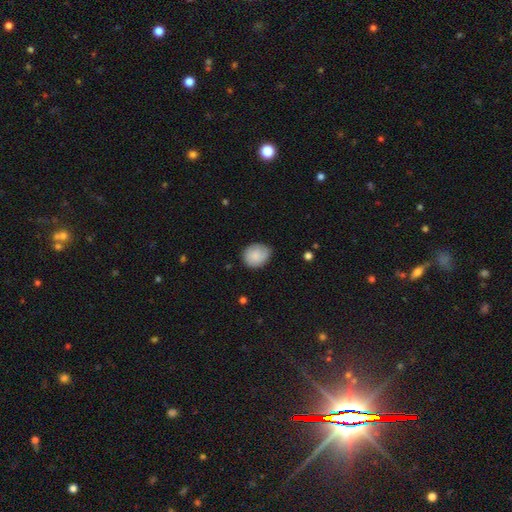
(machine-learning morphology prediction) Q: Smooth or featured?
A: smooth (80%); runner-up: featured or disk (13%)
Q: How rounded?
A: round (63%); runner-up: in between (37%)
Q: Merging?
A: none (69%); runner-up: minor disturbance (25%)